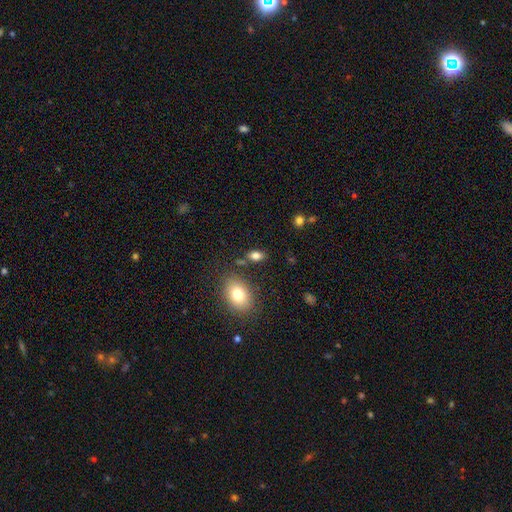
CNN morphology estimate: A smooth galaxy with no disk features (79%) that is in between round and cigar-shaped (86%). Merging: none (76%).